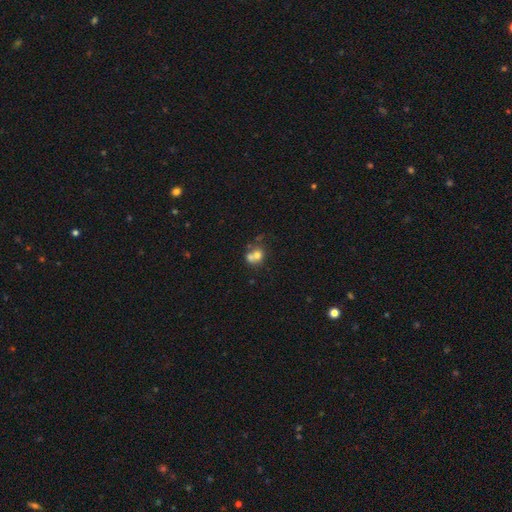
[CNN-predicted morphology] Overall: smooth (66%). How rounded: round (66%; in between 33%). Merging: merger (59%; none 25%).